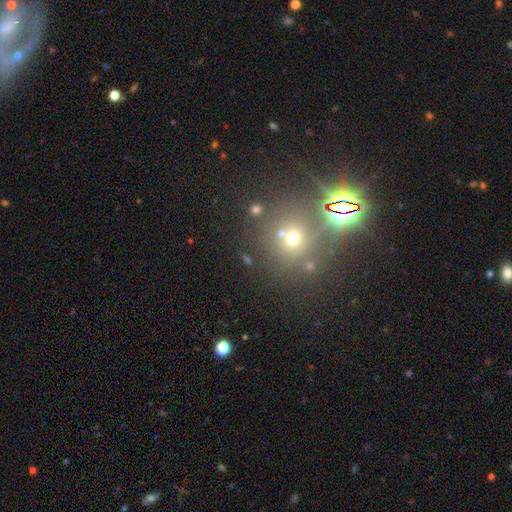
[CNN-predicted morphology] smooth_or_featured: star or artifact (p=0.53) [alt: smooth p=0.37]